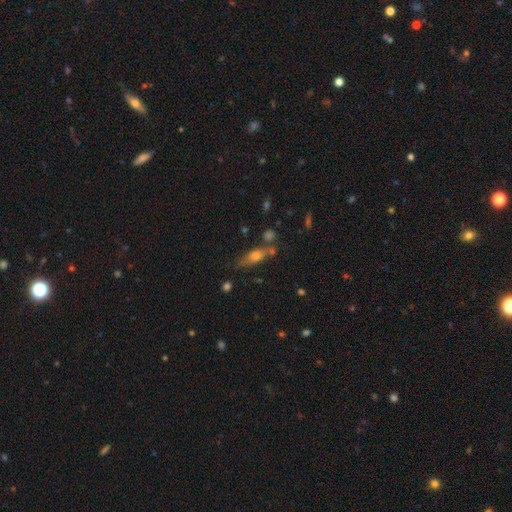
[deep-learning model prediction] Smooth or featured? smooth (46%)
Merging? none (57%)